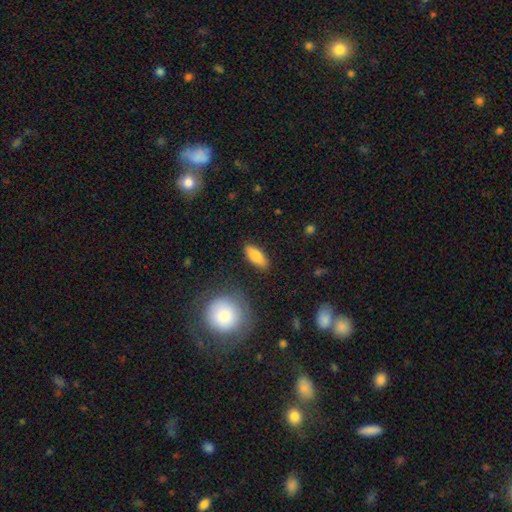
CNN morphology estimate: The model was most divided on "how rounded": in between: 74%, cigar-shaped: 23%, round: 3%. More confident: merging — none (85%); smooth or featured — smooth (83%).